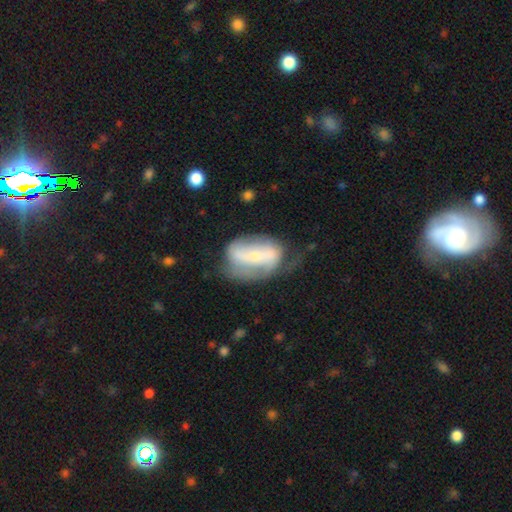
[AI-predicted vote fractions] Smooth or featured: featured or disk — 63% (smooth — 29%)
Edge-on disk: no — 93% (yes — 7%)
Bar: strong — 43% (no — 30%)
Spiral arms: yes — 68% (no — 32%)
Bulge size: small — 59% (moderate — 29%)
Merging: none — 41% (minor disturbance — 29%)